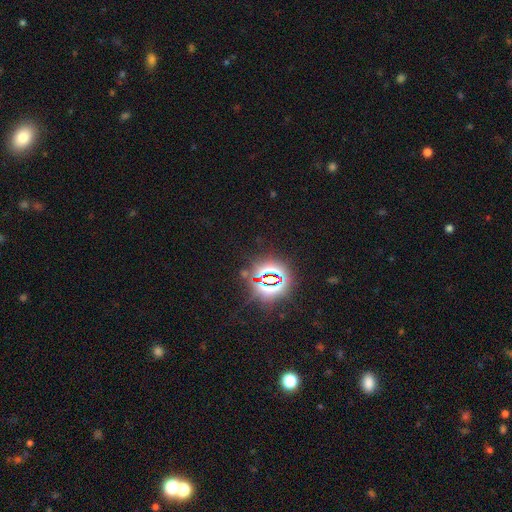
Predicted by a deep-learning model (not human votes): This appears to be a star or artifact, not a galaxy (82%).